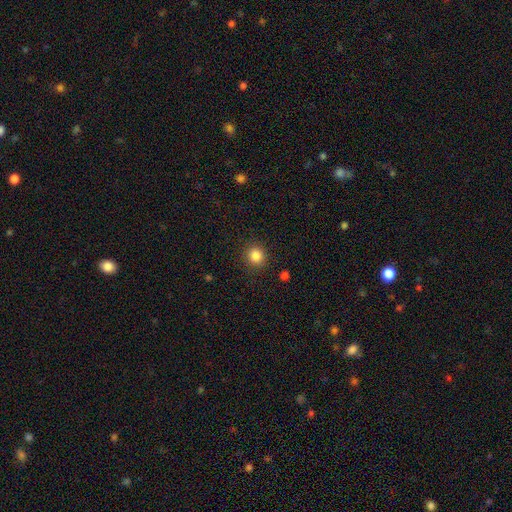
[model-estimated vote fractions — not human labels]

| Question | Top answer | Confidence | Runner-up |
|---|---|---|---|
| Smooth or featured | smooth | 85% | star or artifact (11%) |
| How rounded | round | 90% | in between (9%) |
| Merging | none | 90% | minor disturbance (7%) |